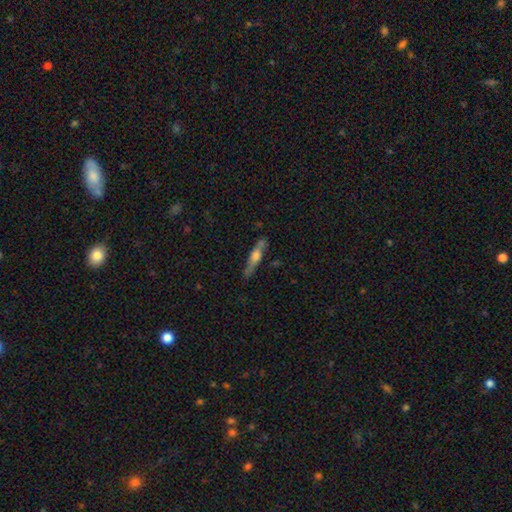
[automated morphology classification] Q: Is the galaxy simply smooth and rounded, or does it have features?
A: smooth — 49%.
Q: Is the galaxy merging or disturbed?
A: none — 67%.